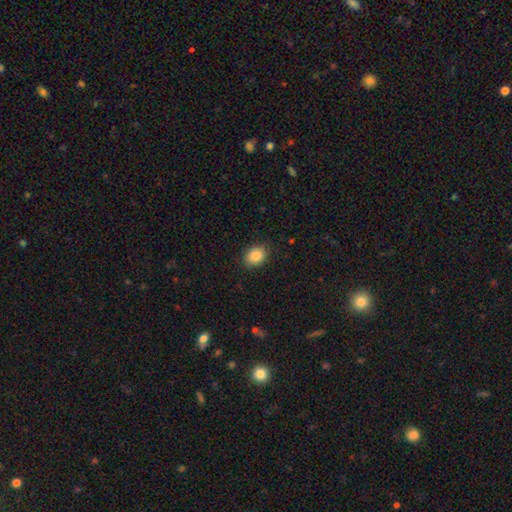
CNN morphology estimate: smooth 87%, star or artifact 8%, featured or disk 5%. Down the decision tree: how rounded — in between (65%); merging — none (87%).